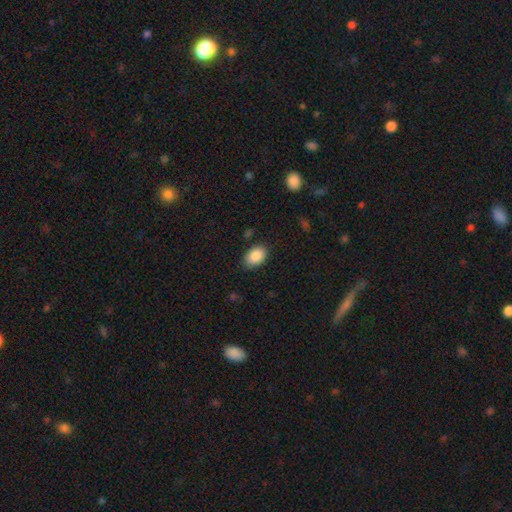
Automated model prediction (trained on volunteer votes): Overall: smooth (89%). How rounded: in between (86%). Merging: none (83%).